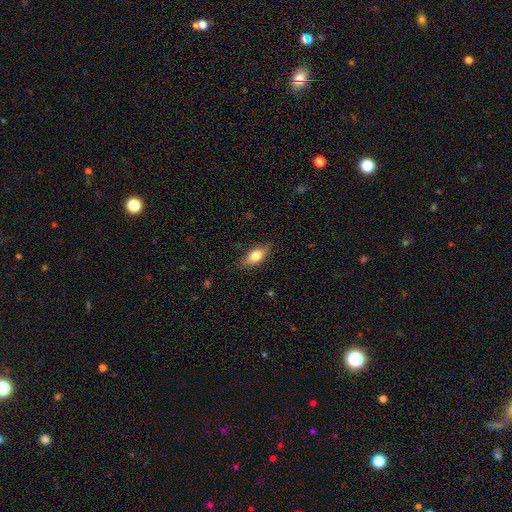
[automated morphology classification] Smooth or featured: smooth — 69% (featured or disk — 24%)
How rounded: in between — 76% (cigar-shaped — 19%)
Merging: none — 85% (minor disturbance — 12%)